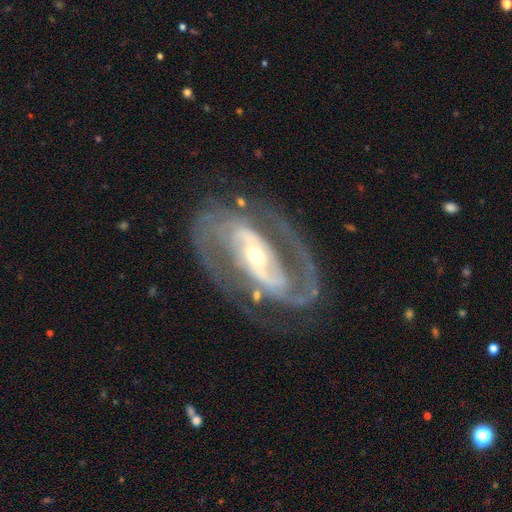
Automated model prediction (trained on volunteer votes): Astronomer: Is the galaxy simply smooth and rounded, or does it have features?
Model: featured or disk — 90%.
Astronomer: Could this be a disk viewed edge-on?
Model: no — 95%.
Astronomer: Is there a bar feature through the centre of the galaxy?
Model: strong — 52% (runner-up: weak, 28%).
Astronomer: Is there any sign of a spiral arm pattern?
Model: yes — 95%.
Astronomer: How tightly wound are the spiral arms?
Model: medium — 48% (runner-up: tight, 39%).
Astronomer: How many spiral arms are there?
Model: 2 — 87%.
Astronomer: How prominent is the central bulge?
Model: small — 52% (runner-up: moderate, 42%).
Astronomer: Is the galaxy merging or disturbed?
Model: none — 75%.